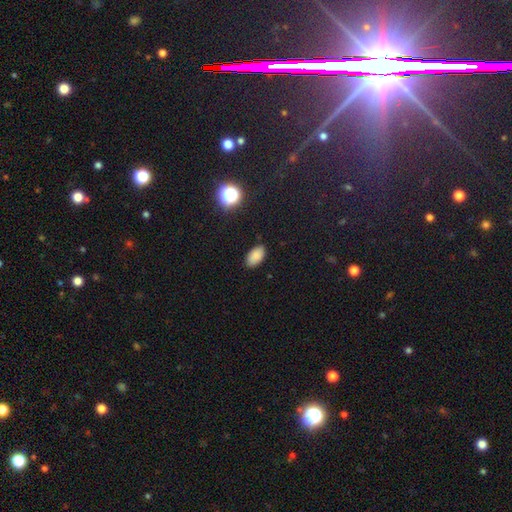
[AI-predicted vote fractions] smooth-or-featured: smooth: 84% | star or artifact: 11% | featured or disk: 5%
  how-rounded: in between: 94% | round: 4% | cigar-shaped: 2%
  merging: none: 86% | minor disturbance: 11% | major disturbance: 2% | merger: 1%